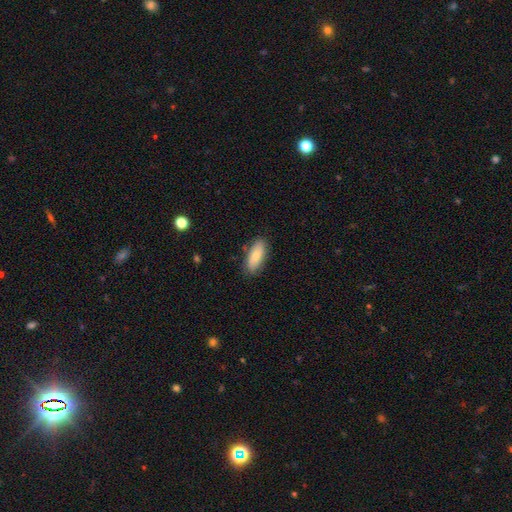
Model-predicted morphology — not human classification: smooth-or-featured: smooth: 74% | featured or disk: 19% | star or artifact: 7%
  how-rounded: in between: 84% | cigar-shaped: 13% | round: 3%
  merging: none: 80% | minor disturbance: 16% | major disturbance: 3% | merger: 2%